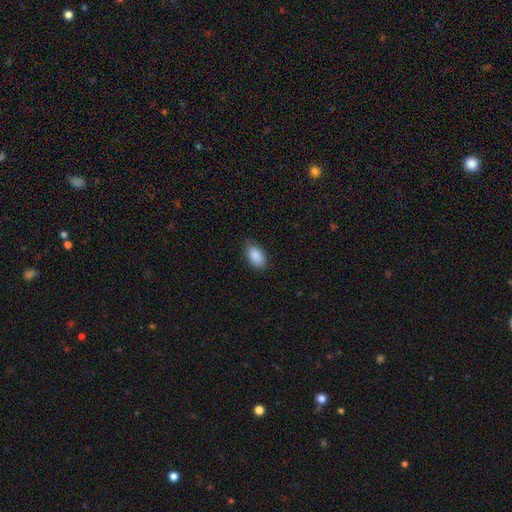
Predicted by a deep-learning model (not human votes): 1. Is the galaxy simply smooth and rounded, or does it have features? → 89% smooth, 7% star or artifact, 4% featured or disk.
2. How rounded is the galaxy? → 94% in between, 4% round, 3% cigar-shaped.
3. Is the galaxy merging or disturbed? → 83% none, 14% minor disturbance, 3% major disturbance, 1% merger.